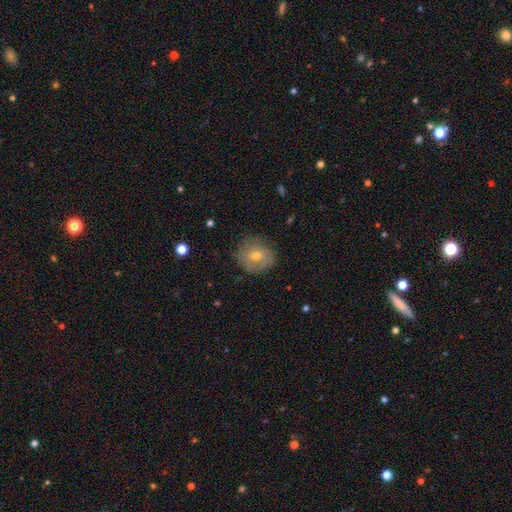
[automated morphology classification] The model was most divided on "smooth or featured": smooth: 60%, featured or disk: 31%, star or artifact: 10%. More confident: how rounded — round (78%); merging — none (70%).